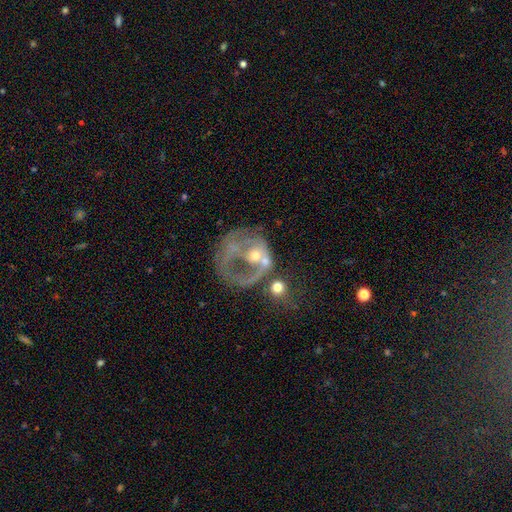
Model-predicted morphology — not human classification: type=featured or disk (65%); edge-on=no (98%); bar=no (82%); spiral arms=no (69%); bulge=moderate (42%); merging=major disturbance (36%).